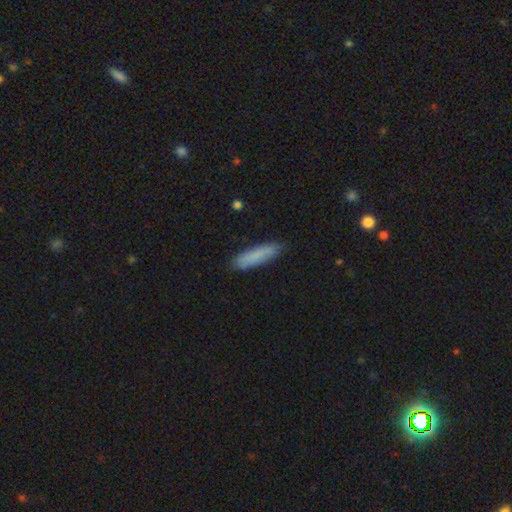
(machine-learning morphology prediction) Smooth or featured?
  - smooth: 82% *
  - featured or disk: 12%
  - star or artifact: 6%
How rounded?
  - cigar-shaped: 72% *
  - in between: 26%
  - round: 1%
Merging?
  - none: 85% *
  - minor disturbance: 12%
  - major disturbance: 2%
  - merger: 1%